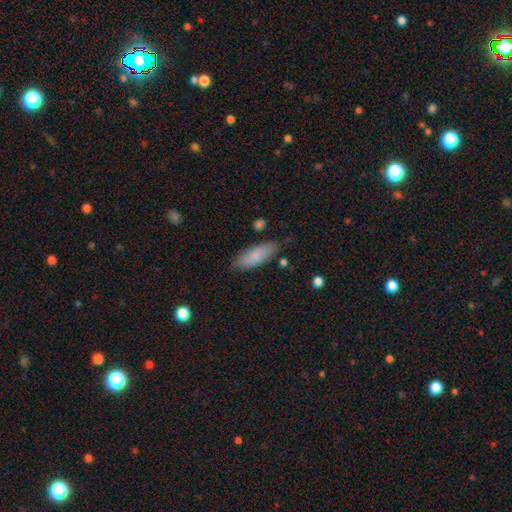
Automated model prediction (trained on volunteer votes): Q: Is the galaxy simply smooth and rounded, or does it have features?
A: smooth — 81%.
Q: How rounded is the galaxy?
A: in between — 67%.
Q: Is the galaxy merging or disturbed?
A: none — 79%.